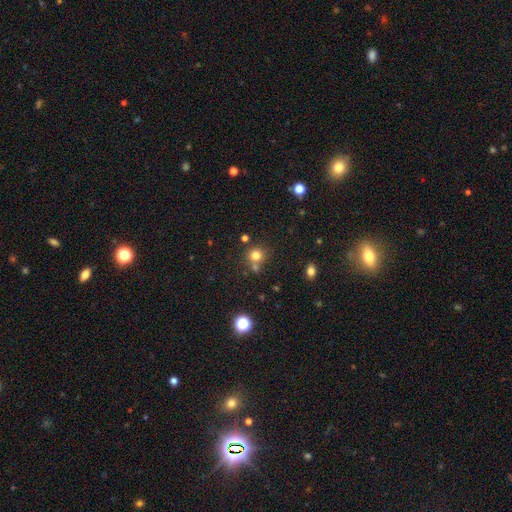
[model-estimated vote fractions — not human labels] smooth_or_featured: smooth (p=0.77) [alt: star or artifact p=0.16]
how_rounded: round (p=0.89) [alt: in between p=0.10]
merging: none (p=0.65) [alt: merger p=0.22]